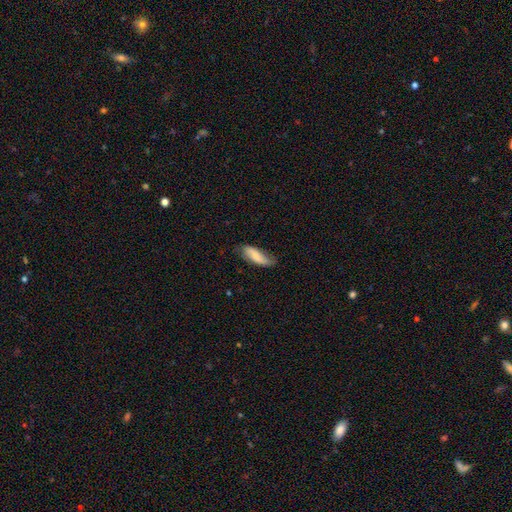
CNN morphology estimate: Q: Smooth or featured?
A: smooth (68%); runner-up: featured or disk (25%)
Q: How rounded?
A: in between (65%); runner-up: cigar-shaped (33%)
Q: Merging?
A: none (59%); runner-up: minor disturbance (31%)